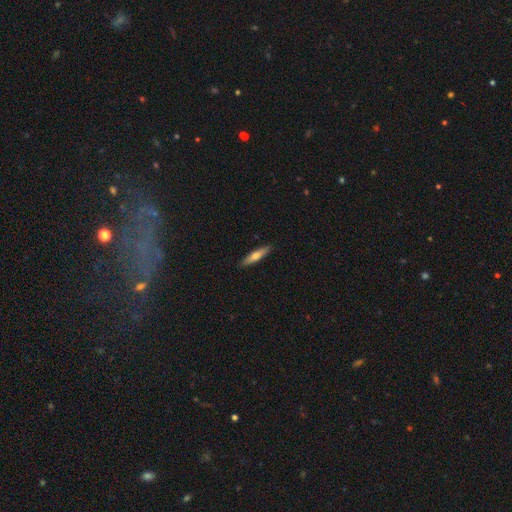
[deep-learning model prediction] A smooth galaxy with no disk features (59%) that is cigar-shaped (81%). Merging: none (90%).